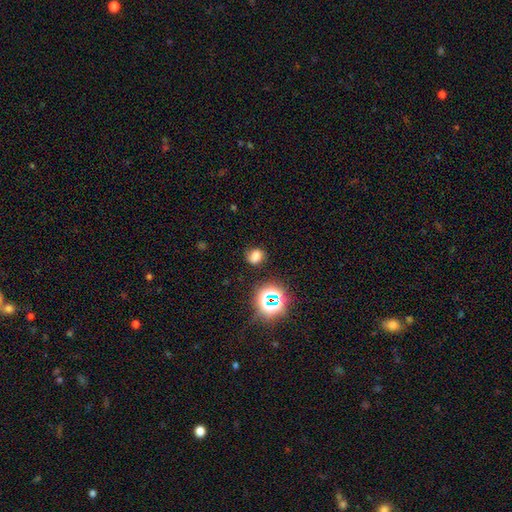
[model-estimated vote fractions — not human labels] Smooth or featured? Predicted: smooth (p=0.67). How rounded? Predicted: round (p=0.55). Merging? Predicted: none (p=0.77).